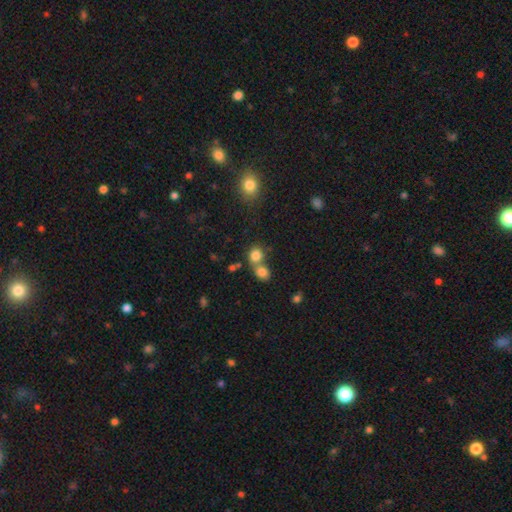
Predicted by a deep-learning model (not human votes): A smooth galaxy with no disk features (81%) that is round (71%). Merging: merger (50%).